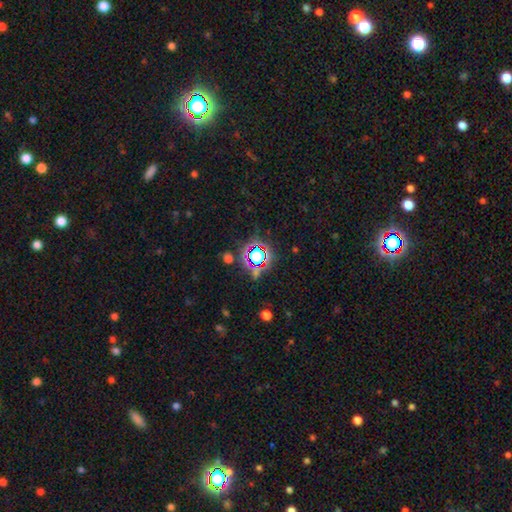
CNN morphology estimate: smooth-or-featured: star or artifact: 68% | smooth: 22% | featured or disk: 10%